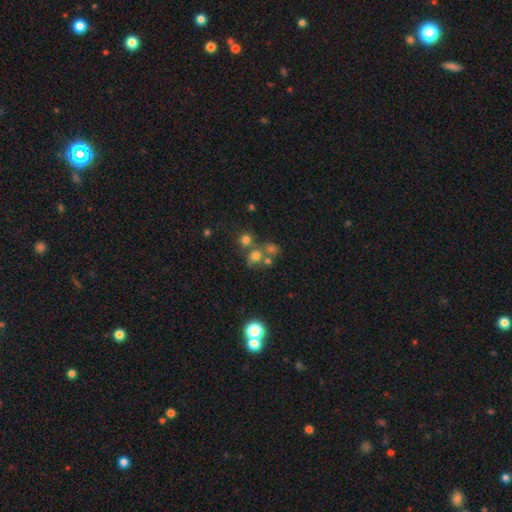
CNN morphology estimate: Overall: smooth (64%). How rounded: round (83%). Merging: none (48%; merger 36%).